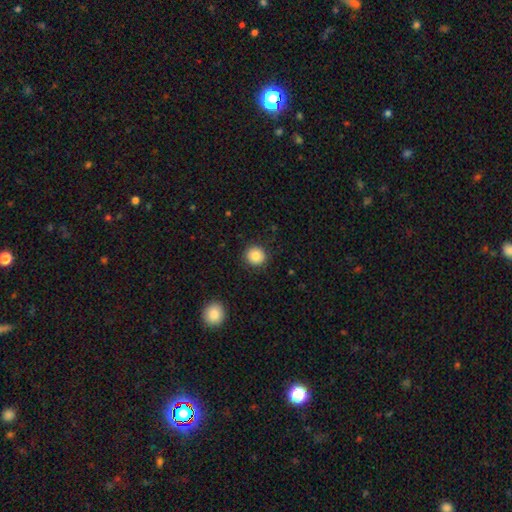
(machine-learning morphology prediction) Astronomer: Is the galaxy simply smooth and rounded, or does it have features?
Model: smooth — 83%.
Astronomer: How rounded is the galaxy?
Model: round — 91%.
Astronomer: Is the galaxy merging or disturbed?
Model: none — 89%.